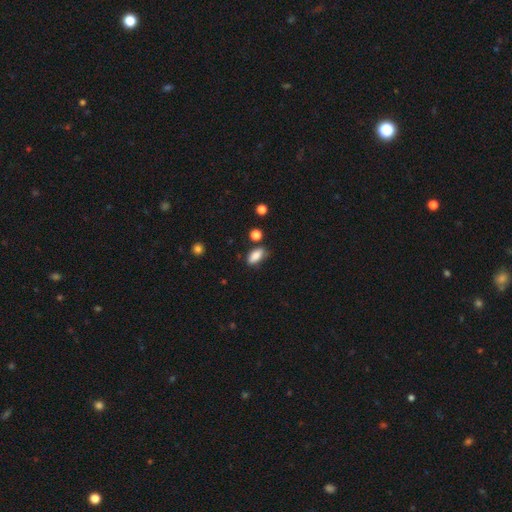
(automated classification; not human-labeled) Smooth or featured? smooth (84%)
How rounded? in between (85%)
Merging? none (71%)